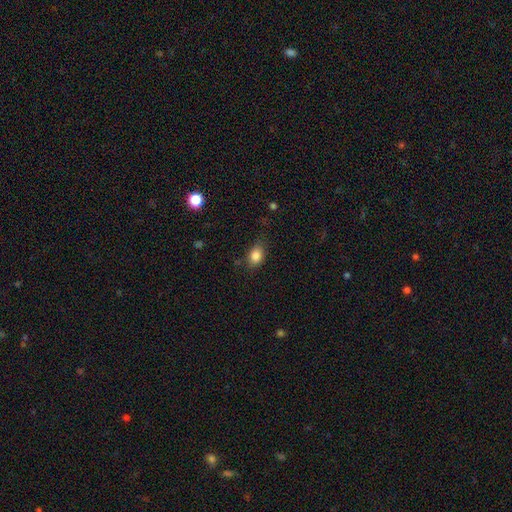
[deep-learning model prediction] Smooth or featured?
  - smooth: 84% *
  - star or artifact: 9%
  - featured or disk: 7%
How rounded?
  - in between: 72% *
  - round: 27%
  - cigar-shaped: 1%
Merging?
  - none: 76% *
  - minor disturbance: 18%
  - major disturbance: 4%
  - merger: 2%